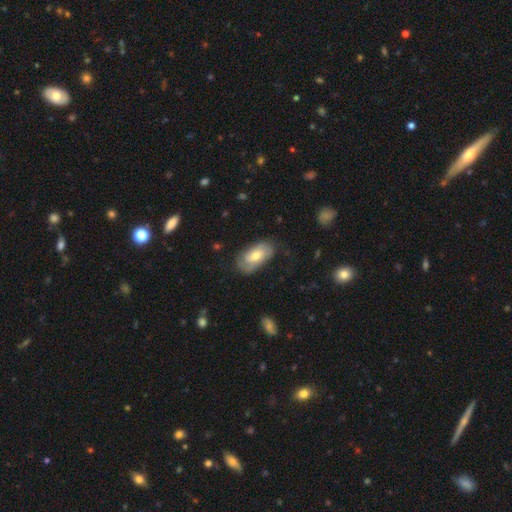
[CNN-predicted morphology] Smooth or featured: smooth — 52% (featured or disk — 41%)
How rounded: in between — 92% (round — 4%)
Merging: none — 70% (minor disturbance — 23%)